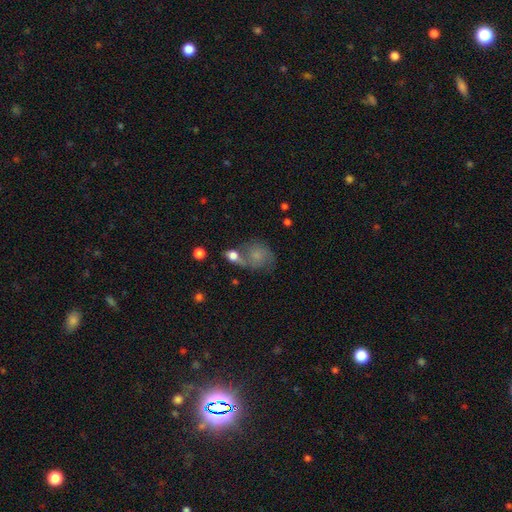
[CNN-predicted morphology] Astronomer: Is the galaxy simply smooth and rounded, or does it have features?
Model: smooth — 43% (runner-up: featured or disk, 42%).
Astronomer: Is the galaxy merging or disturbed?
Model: none — 46% (runner-up: merger, 22%).